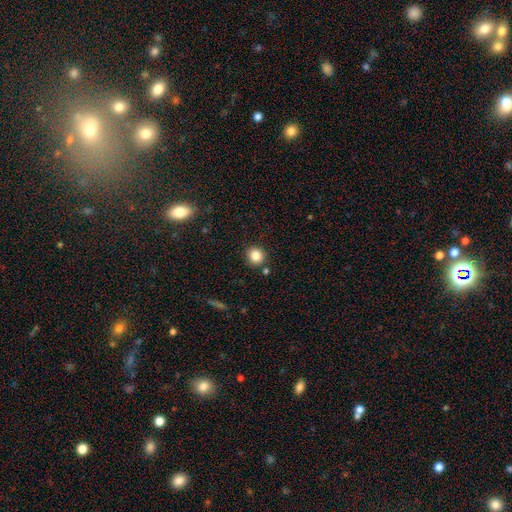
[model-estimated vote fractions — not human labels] smooth-or-featured: smooth: 83% | star or artifact: 11% | featured or disk: 6%
  how-rounded: round: 89% | in between: 10% | cigar-shaped: 1%
  merging: none: 87% | minor disturbance: 7% | merger: 4% | major disturbance: 2%